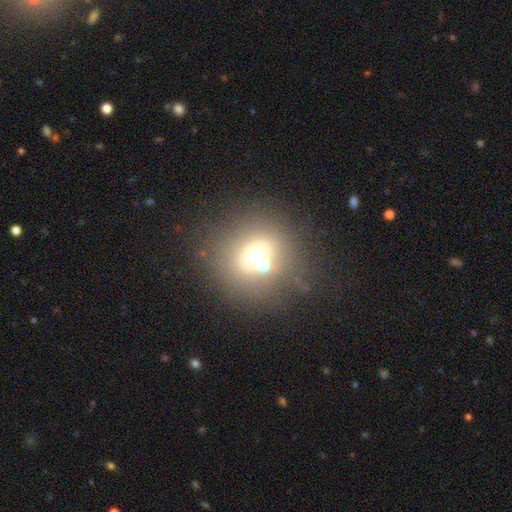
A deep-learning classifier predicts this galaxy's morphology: type=smooth (60%); roundness=round (86%); merging=none (59%).